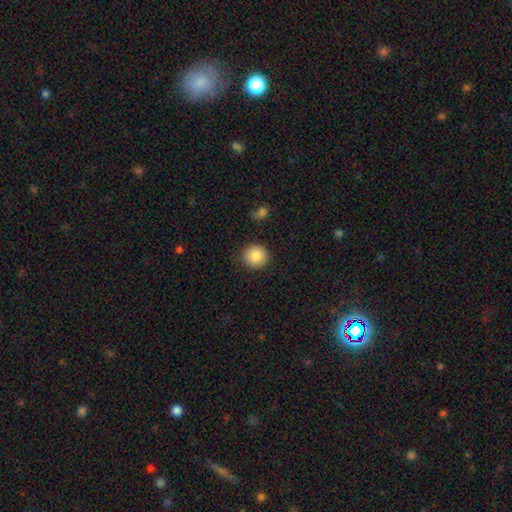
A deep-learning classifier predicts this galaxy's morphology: A smooth galaxy with no disk features (87%) that is round (94%). Merging: none (88%).